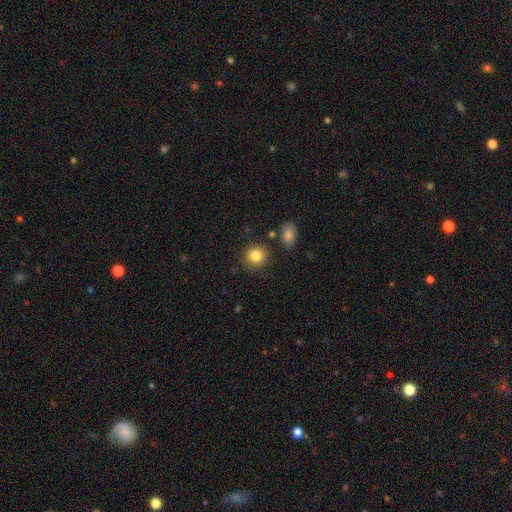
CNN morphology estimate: smooth-or-featured: smooth: 85% | star or artifact: 9% | featured or disk: 6%
  how-rounded: round: 87% | in between: 12% | cigar-shaped: 1%
  merging: none: 86% | minor disturbance: 8% | merger: 3% | major disturbance: 3%